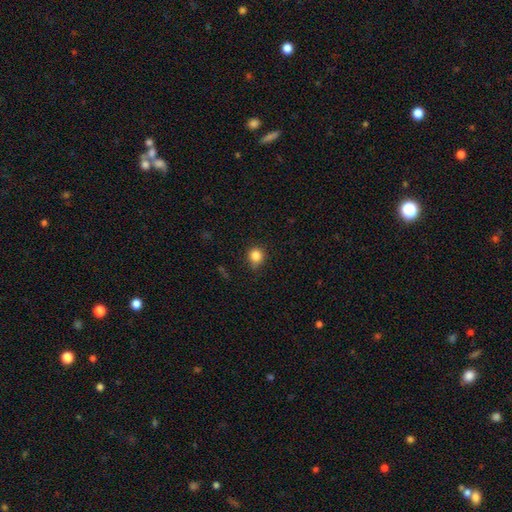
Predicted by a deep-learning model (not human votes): Overall: smooth (85%). How rounded: round (87%). Merging: none (79%).